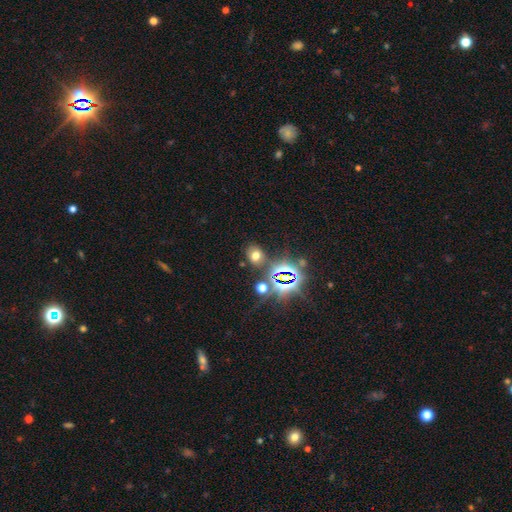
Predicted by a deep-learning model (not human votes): Smooth or featured?
  - smooth: 56% *
  - star or artifact: 34%
  - featured or disk: 9%
How rounded?
  - round: 53% *
  - in between: 46%
  - cigar-shaped: 1%
Merging?
  - none: 78% *
  - minor disturbance: 11%
  - merger: 7%
  - major disturbance: 4%